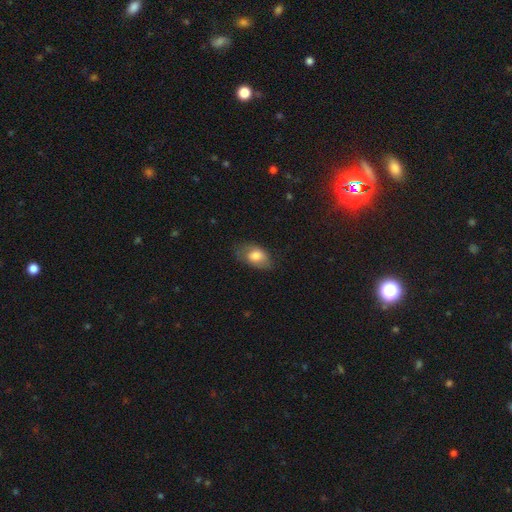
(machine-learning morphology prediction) smooth_or_featured: smooth (p=0.73) [alt: featured or disk p=0.20]
how_rounded: in between (p=0.88) [alt: round p=0.10]
merging: none (p=0.63) [alt: minor disturbance p=0.27]